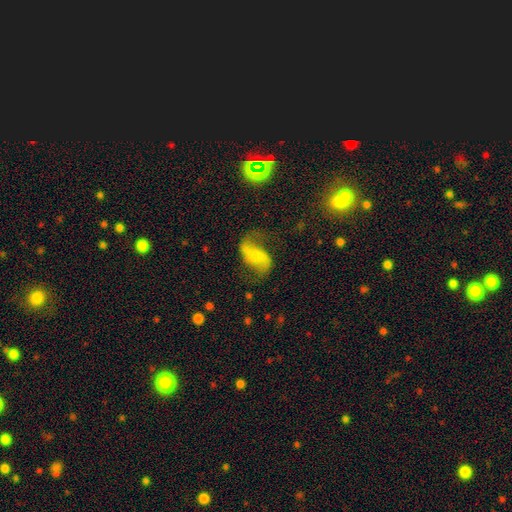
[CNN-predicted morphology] Q: Smooth or featured?
A: featured or disk (79%); runner-up: smooth (13%)
Q: Edge-on disk?
A: no (97%); runner-up: yes (3%)
Q: Bar?
A: weak (43%); runner-up: strong (30%)
Q: Spiral arms?
A: yes (94%); runner-up: no (6%)
Q: Spiral winding?
A: loose (74%); runner-up: medium (21%)
Q: Spiral arm count?
A: 2 (92%); runner-up: 1 (3%)
Q: Bulge size?
A: small (35%); runner-up: none (30%)
Q: Merging?
A: none (65%); runner-up: minor disturbance (17%)